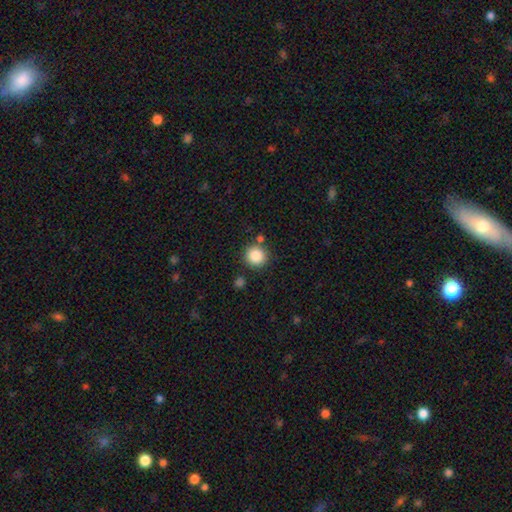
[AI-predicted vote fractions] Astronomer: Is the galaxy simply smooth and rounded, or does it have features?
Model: smooth — 86%.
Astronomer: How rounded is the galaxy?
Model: round — 93%.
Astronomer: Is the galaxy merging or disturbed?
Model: none — 83%.